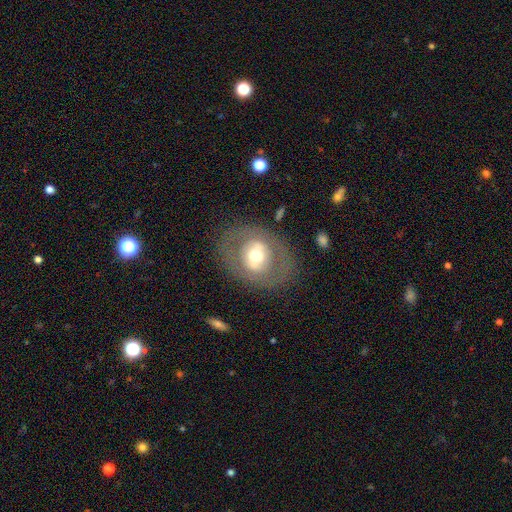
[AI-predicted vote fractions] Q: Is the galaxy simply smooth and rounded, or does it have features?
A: featured or disk — 52%.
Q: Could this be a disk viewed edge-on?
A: no — 91%.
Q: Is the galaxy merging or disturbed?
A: none — 79%.